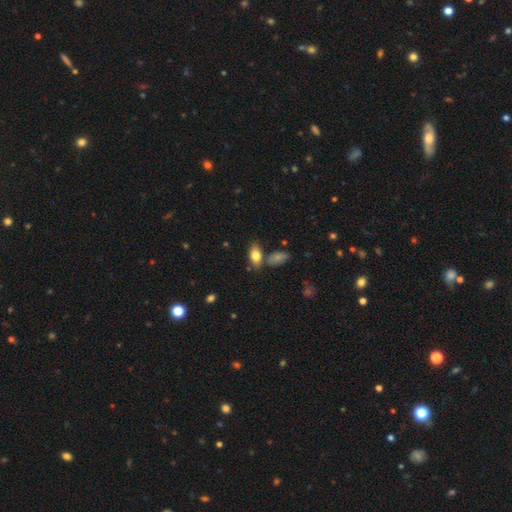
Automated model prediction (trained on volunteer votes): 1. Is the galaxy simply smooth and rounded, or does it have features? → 81% smooth, 11% featured or disk, 8% star or artifact.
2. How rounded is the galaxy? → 90% in between, 6% round, 4% cigar-shaped.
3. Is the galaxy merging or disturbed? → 66% none, 15% minor disturbance, 15% merger, 4% major disturbance.